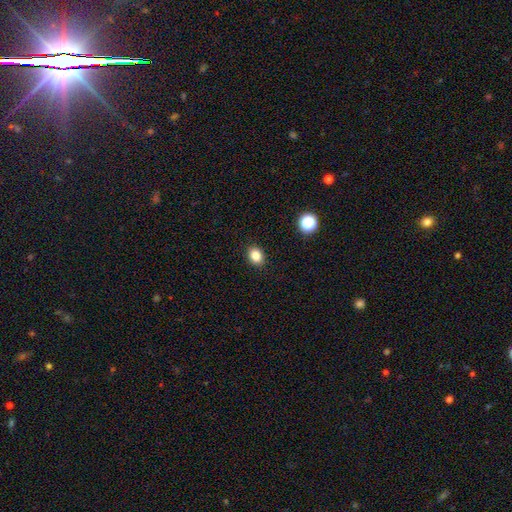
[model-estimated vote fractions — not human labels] Smooth or featured?
  - smooth: 84% *
  - star or artifact: 11%
  - featured or disk: 5%
How rounded?
  - in between: 56% *
  - round: 43%
  - cigar-shaped: 1%
Merging?
  - none: 90% *
  - minor disturbance: 7%
  - major disturbance: 2%
  - merger: 1%